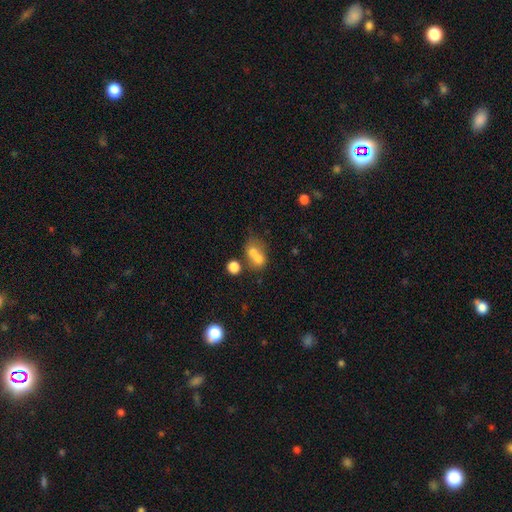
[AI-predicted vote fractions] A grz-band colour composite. It shows a smooth galaxy with no disk features (67%) that is round (62%). Merging: merger (64%).